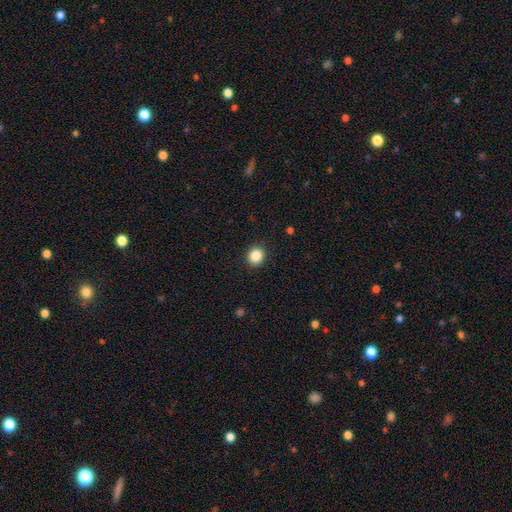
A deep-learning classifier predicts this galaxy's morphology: type=smooth (86%); roundness=round (84%); merging=none (91%).